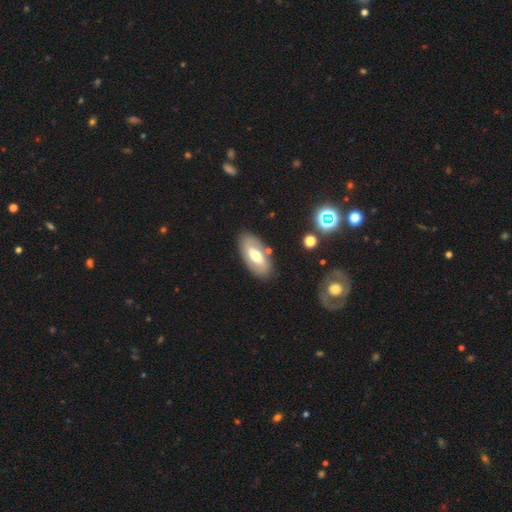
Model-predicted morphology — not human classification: smooth 49%, featured or disk 44%, star or artifact 7%. Down the decision tree: merging — none (81%).